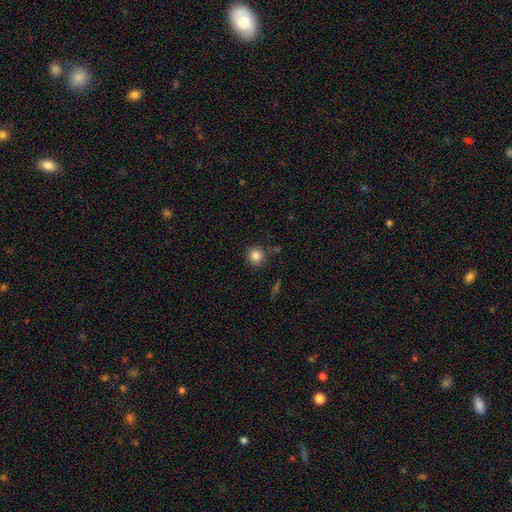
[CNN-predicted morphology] Q: Smooth or featured?
A: smooth (84%); runner-up: star or artifact (10%)
Q: How rounded?
A: round (92%); runner-up: in between (7%)
Q: Merging?
A: none (85%); runner-up: minor disturbance (9%)